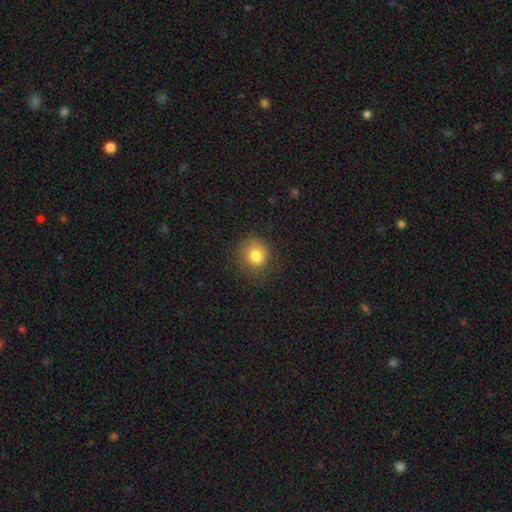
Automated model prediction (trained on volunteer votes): smooth-or-featured: smooth: 81% | star or artifact: 11% | featured or disk: 8%
  how-rounded: round: 87% | in between: 12% | cigar-shaped: 1%
  merging: none: 79% | minor disturbance: 14% | major disturbance: 6% | merger: 1%